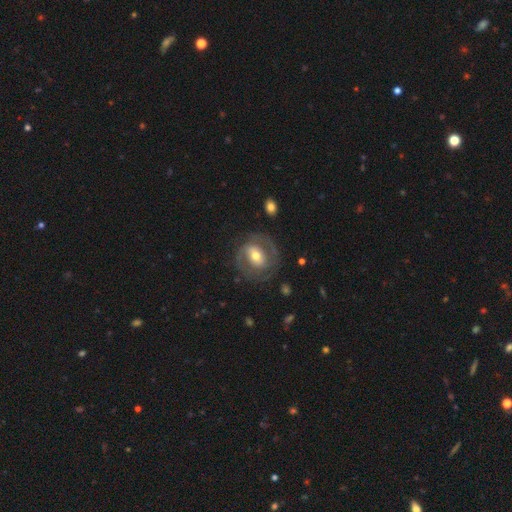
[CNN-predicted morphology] Overall: featured or disk (73%). Edge-on disk: no (96%). Bar: weak (37%; no 33%). Spiral arms: yes (78%). Spiral arm count: 2 (80%). Spiral winding: tight (43%; medium 42%). Bulge size: moderate (67%). Merging: none (76%).